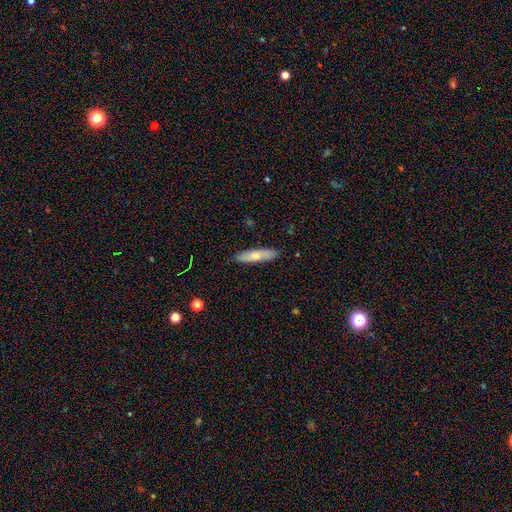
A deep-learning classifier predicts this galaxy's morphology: Overall: smooth (70%). How rounded: cigar-shaped (77%). Merging: none (88%).